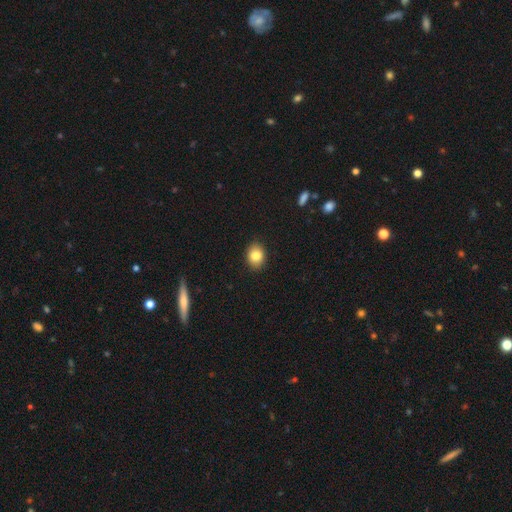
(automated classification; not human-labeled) Smooth or featured: smooth — 83% (star or artifact — 9%)
How rounded: in between — 51% (round — 48%)
Merging: none — 89% (minor disturbance — 8%)